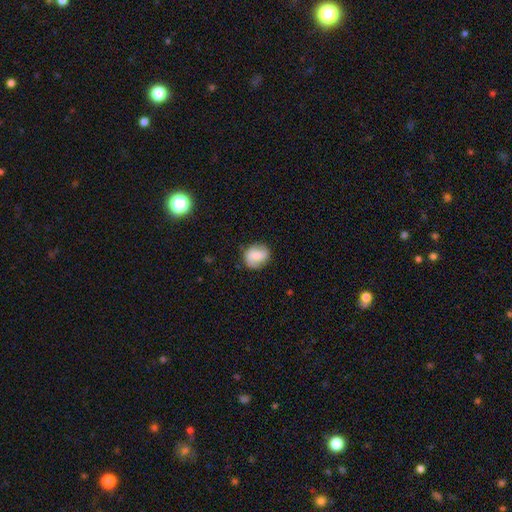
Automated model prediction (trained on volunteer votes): smooth 70%, featured or disk 21%, star or artifact 8%. Down the decision tree: how rounded — round (66%); merging — none (78%).